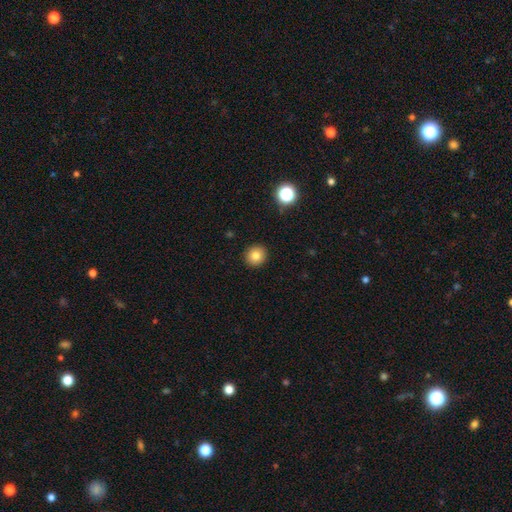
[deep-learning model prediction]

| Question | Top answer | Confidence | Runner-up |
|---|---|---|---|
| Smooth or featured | smooth | 81% | star or artifact (12%) |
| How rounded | round | 92% | in between (7%) |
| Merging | none | 92% | minor disturbance (5%) |